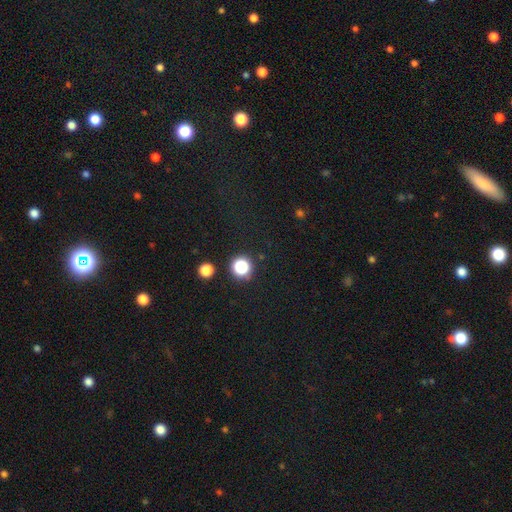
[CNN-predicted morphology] The model was most divided on "smooth or featured": star or artifact: 66%, smooth: 26%, featured or disk: 8%.